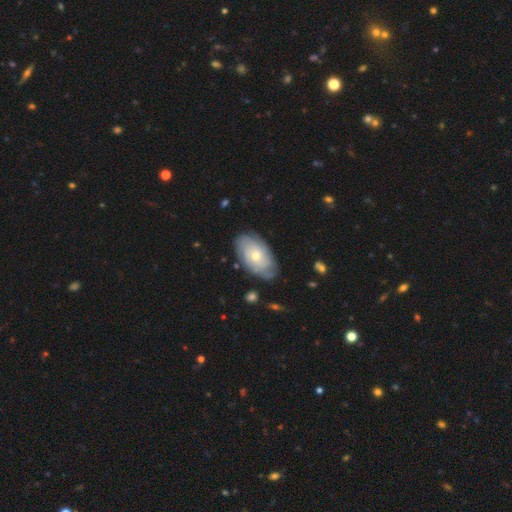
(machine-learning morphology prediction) Smooth or featured? featured or disk (62%)
Edge-on disk? no (93%)
Bar? no (80%)
Spiral arms? yes (80%)
Bulge size? small (53%)
Merging? none (78%)